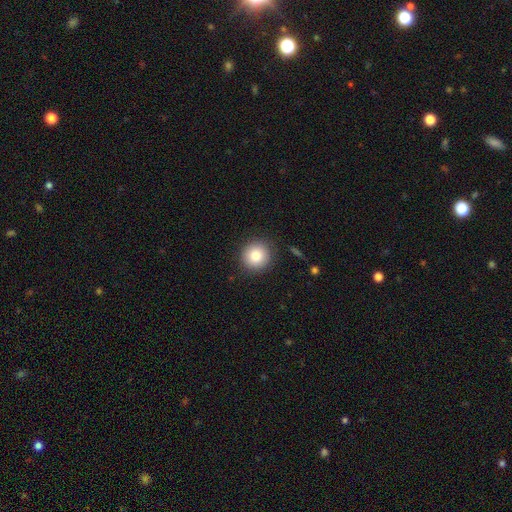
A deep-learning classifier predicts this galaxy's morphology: Q: Smooth or featured?
A: smooth (84%); runner-up: star or artifact (9%)
Q: How rounded?
A: round (92%); runner-up: in between (7%)
Q: Merging?
A: none (90%); runner-up: minor disturbance (7%)